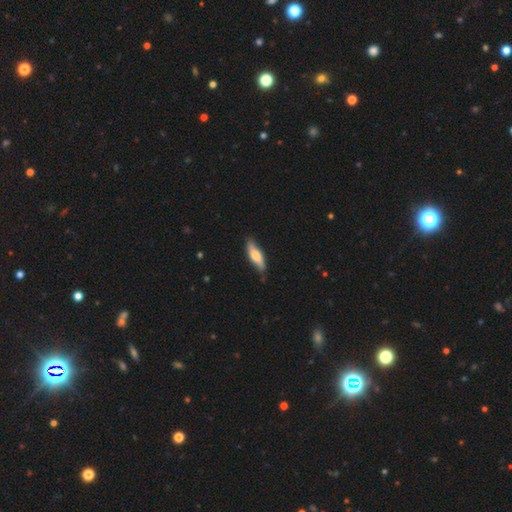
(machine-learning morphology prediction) Smooth or featured? Predicted: smooth (p=0.62). How rounded? Predicted: cigar-shaped (p=0.52). Merging? Predicted: none (p=0.77).